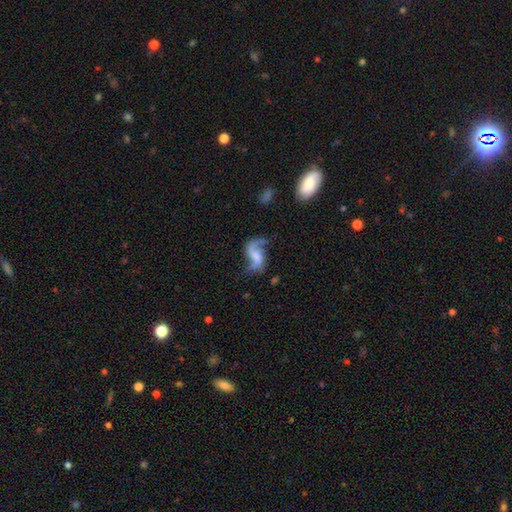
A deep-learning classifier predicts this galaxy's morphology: A featured or disk galaxy (82%) with a weak bar (45%), 2 (87%) loose (81%) spiral arms (94%) and no central bulge (53%).

Vote fractions:
- Smooth or featured? featured or disk: 82% / smooth: 10% / star or artifact: 7%
- Edge-on disk? no: 98% / yes: 2%
- Bar? weak: 45% / no: 37% / strong: 19%
- Spiral arms? yes: 94% / no: 6%
- Spiral winding? loose: 81% / medium: 16% / tight: 3%
- Spiral arm count? 2: 87% / 1: 8% / can't tell: 2% / 3: 1% / 4: 1% / more than 4: 1%
- Bulge size? none: 53% / small: 21% / moderate: 17% / large: 7% / dominant: 2%
- Merging? none: 55% / major disturbance: 20% / minor disturbance: 20% / merger: 5%